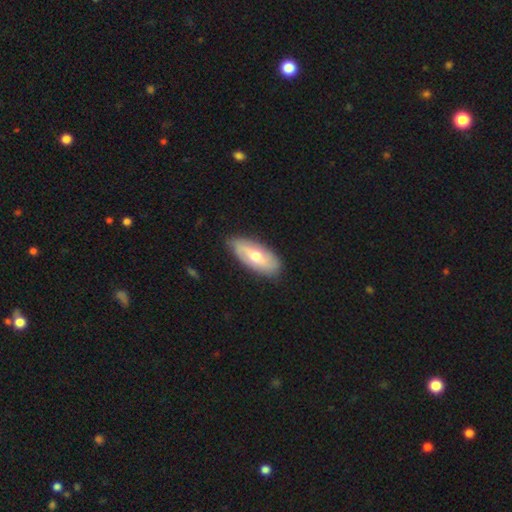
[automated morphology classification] Q: Smooth or featured?
A: smooth (49%); runner-up: featured or disk (46%)
Q: Merging?
A: none (82%); runner-up: minor disturbance (14%)